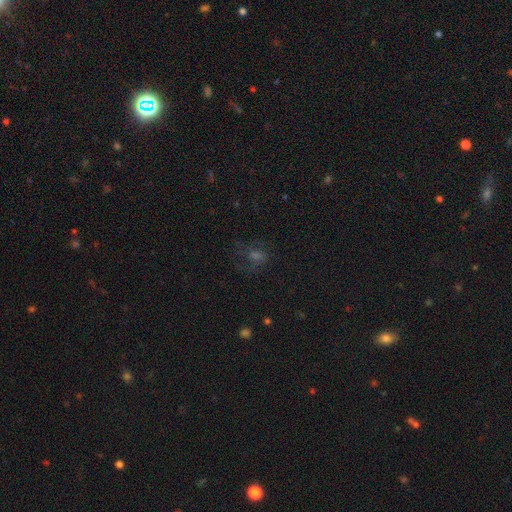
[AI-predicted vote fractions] A smooth galaxy with no disk features (36%). Merging: none (57%).